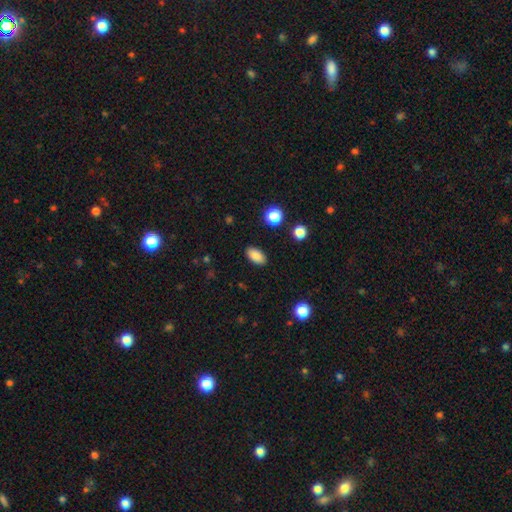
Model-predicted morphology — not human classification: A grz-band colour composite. It shows a smooth galaxy with no disk features (87%) that is in between round and cigar-shaped (92%). Merging: none (88%).